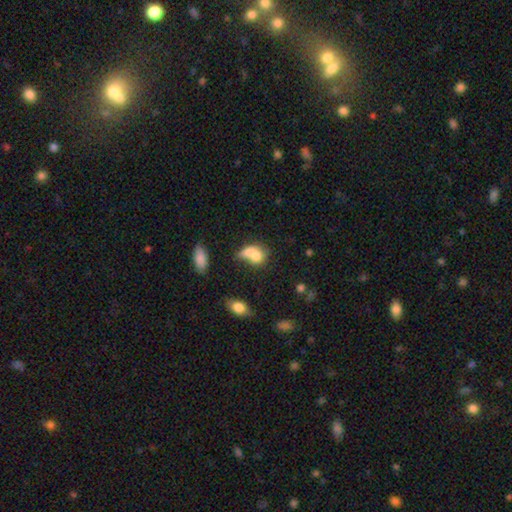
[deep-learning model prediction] Smooth or featured? smooth (73%)
How rounded? in between (56%)
Merging? merger (59%)